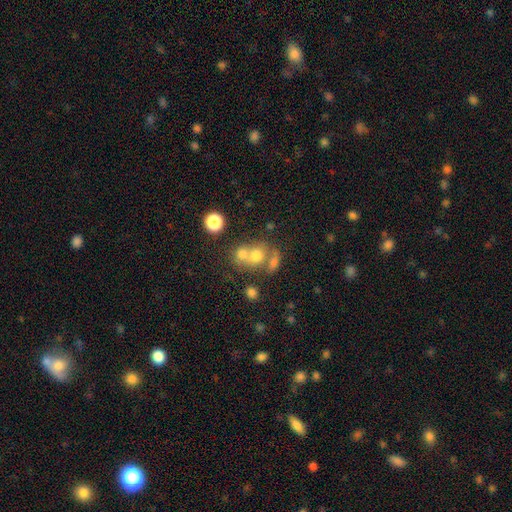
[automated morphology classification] Smooth or featured? Predicted: smooth (p=0.66). How rounded? Predicted: round (p=0.67). Merging? Predicted: merger (p=0.57).